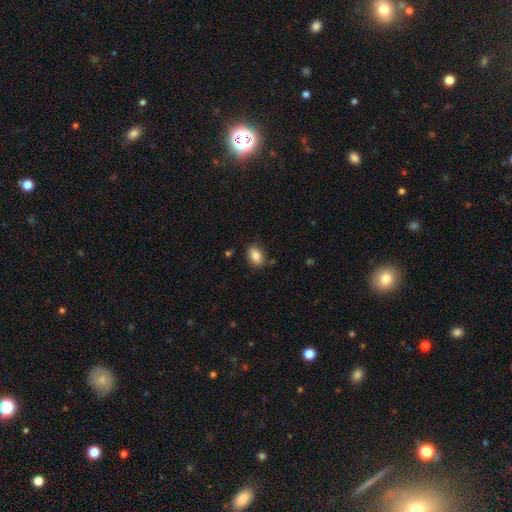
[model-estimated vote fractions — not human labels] A smooth galaxy with no disk features (84%) that is in between round and cigar-shaped (83%). Merging: none (83%).